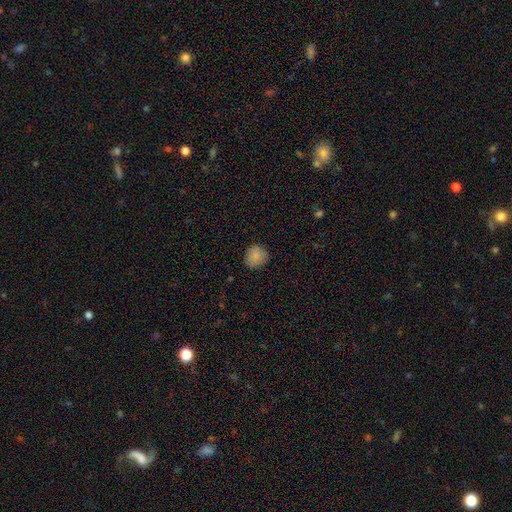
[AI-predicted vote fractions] The model was most divided on "merging": none: 82%, minor disturbance: 14%, major disturbance: 3%, merger: 1%. More confident: how rounded — round (86%); smooth or featured — smooth (86%).